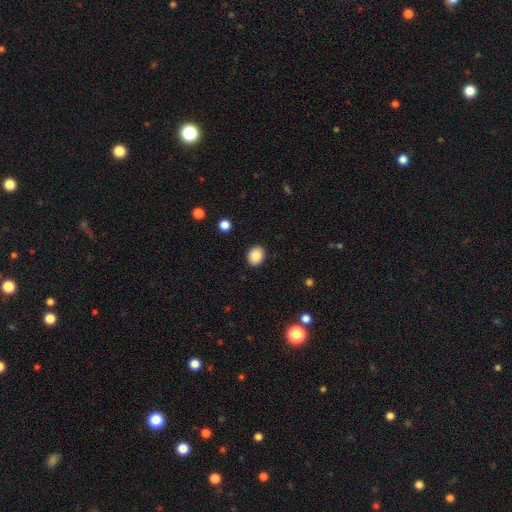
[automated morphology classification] smooth-or-featured: smooth: 88% | star or artifact: 8% | featured or disk: 3%
  how-rounded: round: 50% | in between: 49% | cigar-shaped: 1%
  merging: none: 89% | minor disturbance: 7% | major disturbance: 2% | merger: 1%